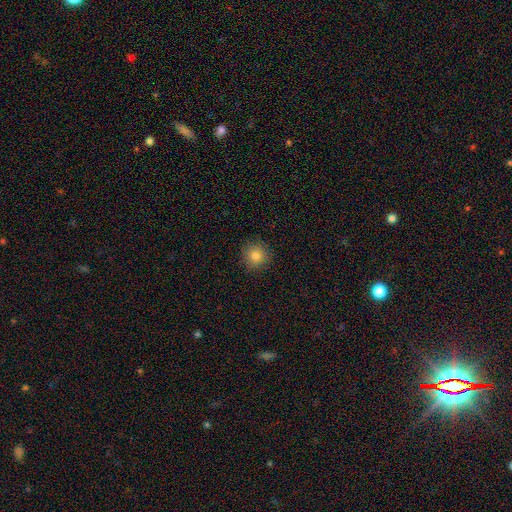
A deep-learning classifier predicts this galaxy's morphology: smooth-or-featured: smooth: 83% | star or artifact: 11% | featured or disk: 6%
  how-rounded: round: 94% | in between: 5% | cigar-shaped: 1%
  merging: none: 90% | minor disturbance: 7% | major disturbance: 2% | merger: 1%